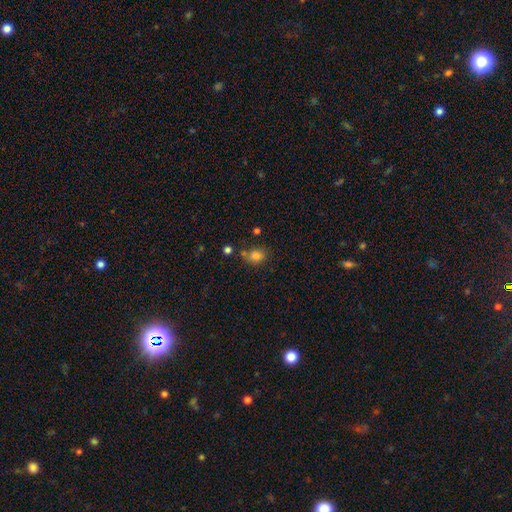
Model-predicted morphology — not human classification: Smooth or featured: smooth — 80% (star or artifact — 14%)
How rounded: round — 64% (in between — 35%)
Merging: none — 62% (minor disturbance — 18%)